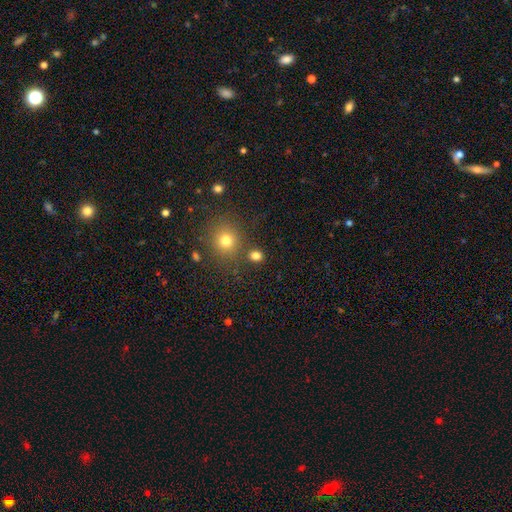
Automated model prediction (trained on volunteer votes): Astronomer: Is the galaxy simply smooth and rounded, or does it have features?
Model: smooth — 79%.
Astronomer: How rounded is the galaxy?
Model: round — 66%.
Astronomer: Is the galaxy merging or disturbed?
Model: none — 77%.